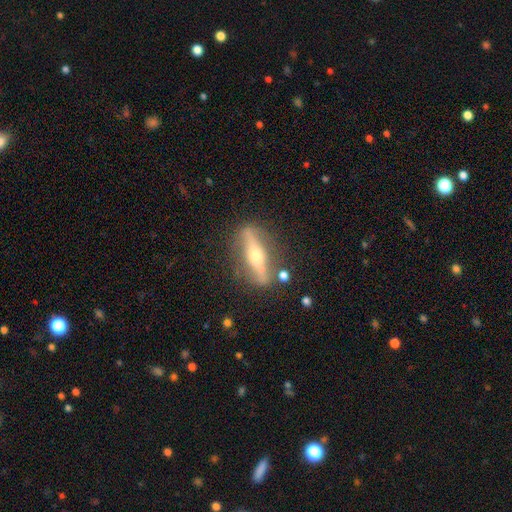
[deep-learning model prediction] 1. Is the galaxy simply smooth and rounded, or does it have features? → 72% featured or disk, 21% smooth, 6% star or artifact.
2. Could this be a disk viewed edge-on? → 78% yes, 22% no.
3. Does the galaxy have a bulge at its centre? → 93% rounded, 4% none, 3% boxy.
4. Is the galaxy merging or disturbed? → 79% none, 13% minor disturbance, 5% major disturbance, 4% merger.